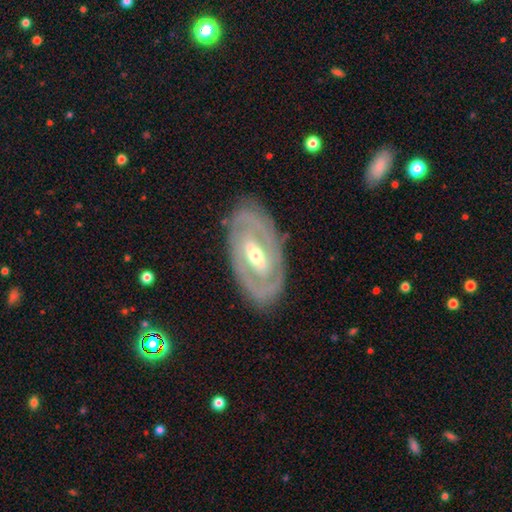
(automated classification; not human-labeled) The model was most divided on "bar": weak: 35%, strong: 34%, no: 30%. More confident: edge-on disk — no (93%); merging — none (83%); smooth or featured — featured or disk (81%); spiral arms — yes (67%); spiral winding — tight (65%); spiral arm count — 2 (58%); bulge size — moderate (56%).